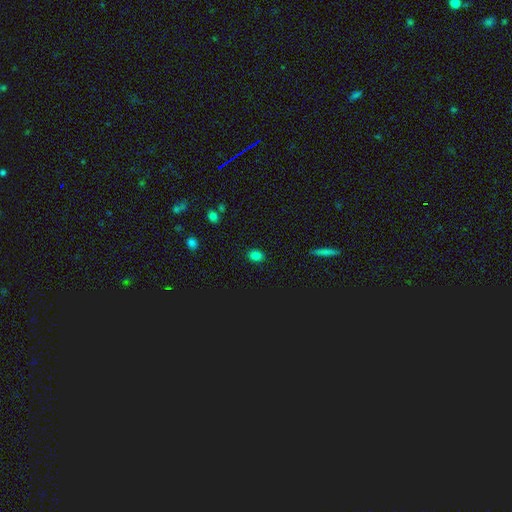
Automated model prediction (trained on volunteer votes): A smooth galaxy with no disk features (79%) that is in between round and cigar-shaped (61%). Merging: none (88%).